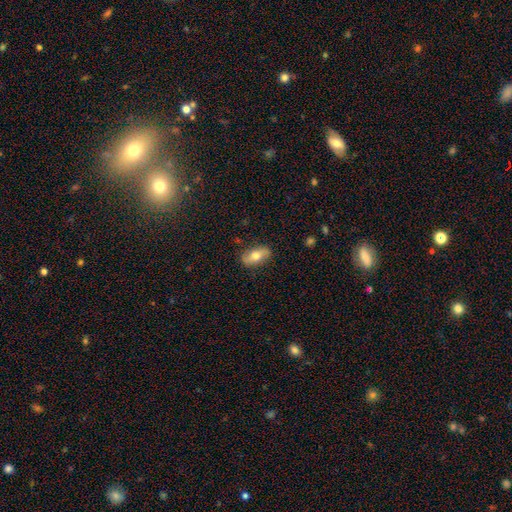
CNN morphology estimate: Smooth or featured? smooth (65%)
How rounded? in between (84%)
Merging? none (84%)